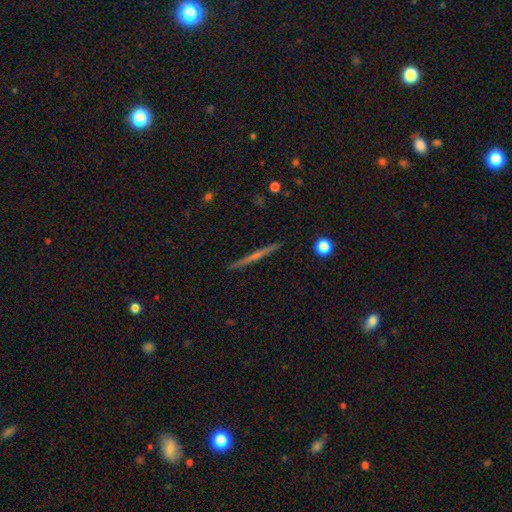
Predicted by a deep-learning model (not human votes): smooth-or-featured: featured or disk: 65% | smooth: 28% | star or artifact: 7%
  disk-edge-on: yes: 98% | no: 2%
    edge-on-bulge: none: 60% | rounded: 34% | boxy: 6%
  merging: none: 93% | minor disturbance: 5% | major disturbance: 1% | merger: 1%